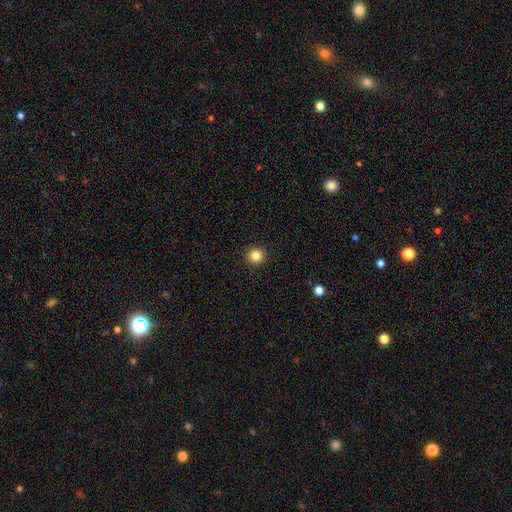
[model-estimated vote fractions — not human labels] Smooth or featured: smooth — 84% (star or artifact — 11%)
How rounded: round — 94% (in between — 6%)
Merging: none — 92% (minor disturbance — 5%)